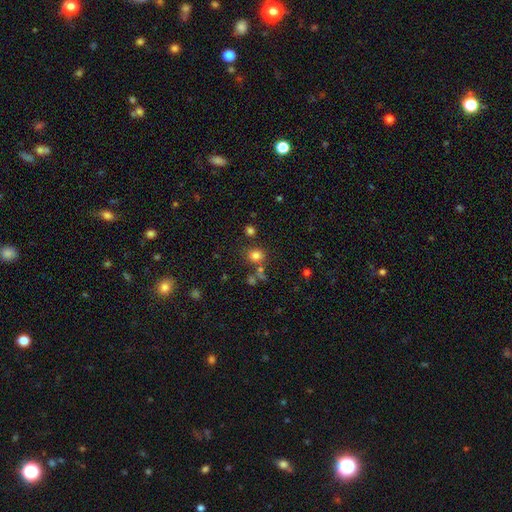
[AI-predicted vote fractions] Smooth or featured?
  - smooth: 77% *
  - star or artifact: 17%
  - featured or disk: 7%
How rounded?
  - round: 80% *
  - in between: 19%
  - cigar-shaped: 1%
Merging?
  - none: 70% *
  - merger: 14%
  - minor disturbance: 11%
  - major disturbance: 5%